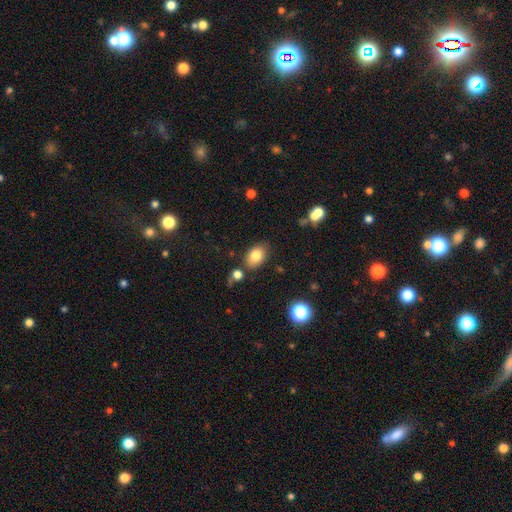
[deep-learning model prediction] This is clearly a smooth galaxy (81%). How rounded: clearly in between (83%). Merging: likely none (79%).